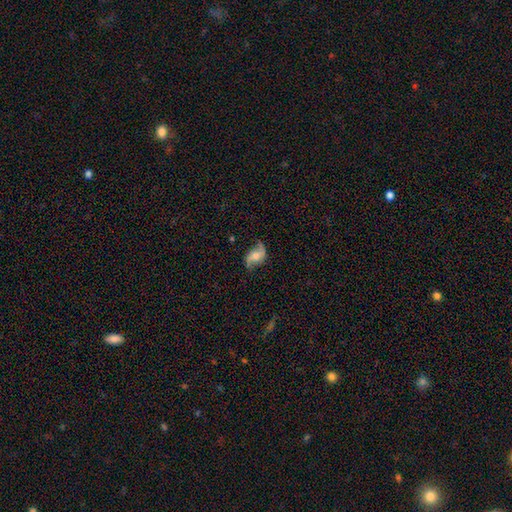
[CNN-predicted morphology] Smooth or featured? Predicted: featured or disk (p=0.77). Edge-on disk? Predicted: no (p=0.97). Bar? Predicted: no (p=0.55). Spiral arms? Predicted: yes (p=0.95). Spiral winding? Predicted: loose (p=0.70). Spiral arm count? Predicted: 2 (p=0.92). Bulge size? Predicted: moderate (p=0.54). Merging? Predicted: none (p=0.74).